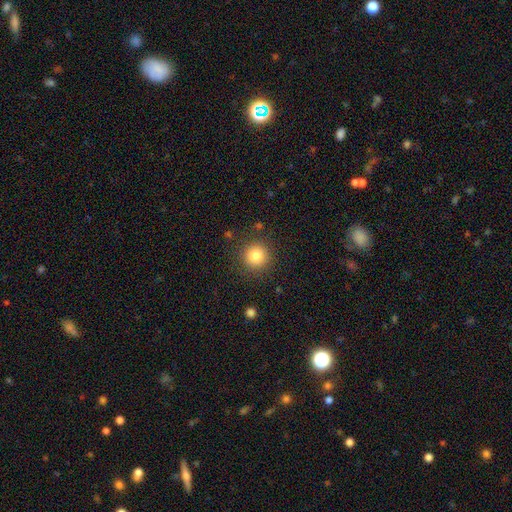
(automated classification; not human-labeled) Morphology: type=smooth (82%); roundness=round (94%); merging=none (89%).